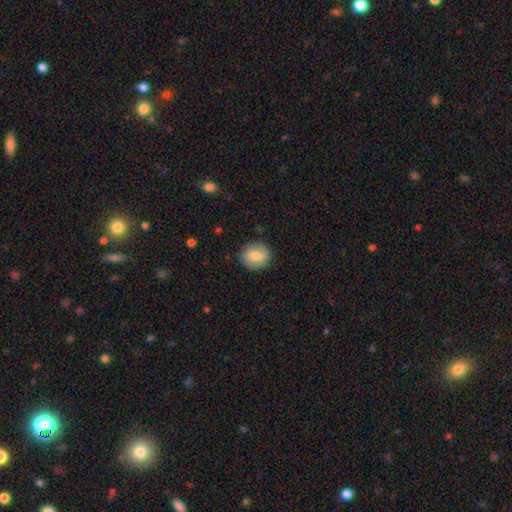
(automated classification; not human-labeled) Q: Smooth or featured?
A: smooth (77%); runner-up: featured or disk (16%)
Q: How rounded?
A: round (76%); runner-up: in between (23%)
Q: Merging?
A: none (87%); runner-up: minor disturbance (9%)